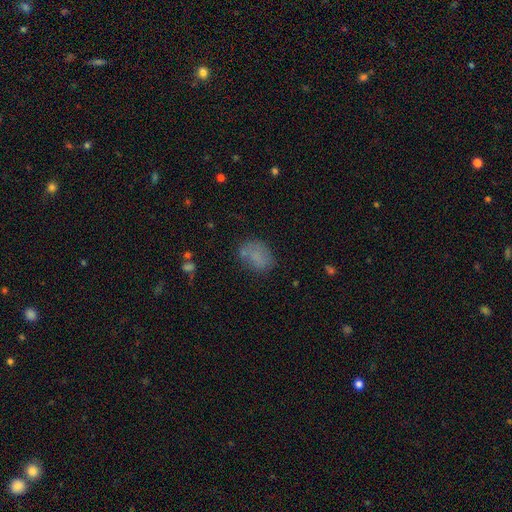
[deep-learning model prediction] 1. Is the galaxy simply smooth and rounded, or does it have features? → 73% smooth, 14% featured or disk, 13% star or artifact.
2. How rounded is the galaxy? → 69% in between, 30% round, 2% cigar-shaped.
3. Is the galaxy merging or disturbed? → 60% none, 22% minor disturbance, 10% major disturbance, 8% merger.